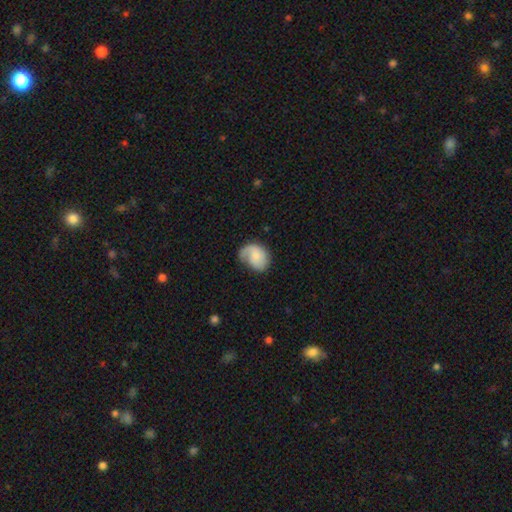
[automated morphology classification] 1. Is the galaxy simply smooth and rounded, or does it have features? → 49% smooth, 45% featured or disk, 7% star or artifact.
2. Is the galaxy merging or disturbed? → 46% none, 31% minor disturbance, 21% major disturbance, 2% merger.